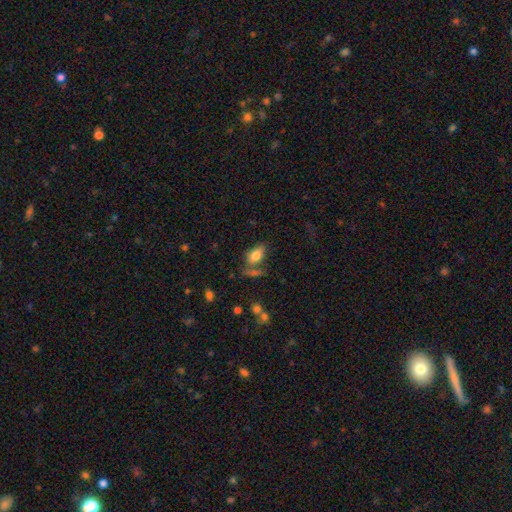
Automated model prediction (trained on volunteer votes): A smooth galaxy with no disk features (80%) that is in between round and cigar-shaped (91%). Merging: none (58%).